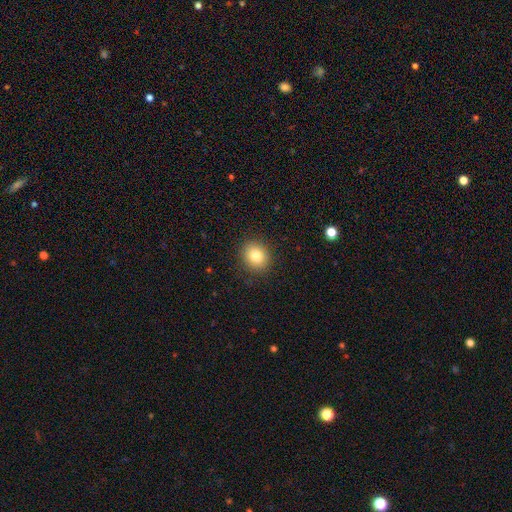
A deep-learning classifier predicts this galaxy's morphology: The model was most divided on "how rounded": round: 74%, in between: 25%, cigar-shaped: 1%. More confident: merging — none (89%); smooth or featured — smooth (81%).